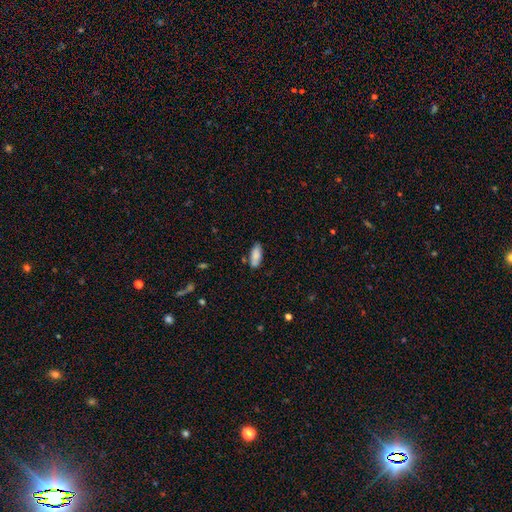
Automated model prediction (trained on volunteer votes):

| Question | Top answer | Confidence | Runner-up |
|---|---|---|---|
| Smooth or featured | smooth | 84% | featured or disk (9%) |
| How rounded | in between | 81% | cigar-shaped (17%) |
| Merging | none | 76% | minor disturbance (15%) |